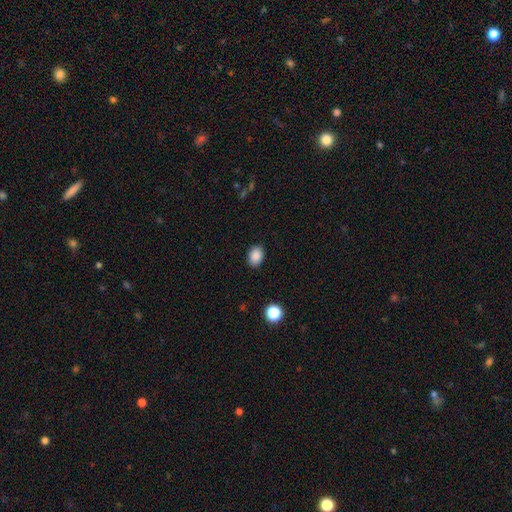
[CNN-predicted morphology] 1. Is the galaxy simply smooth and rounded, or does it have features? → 88% smooth, 9% star or artifact, 3% featured or disk.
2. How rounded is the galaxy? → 70% in between, 29% round, 1% cigar-shaped.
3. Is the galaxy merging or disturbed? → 89% none, 8% minor disturbance, 2% major disturbance, 1% merger.